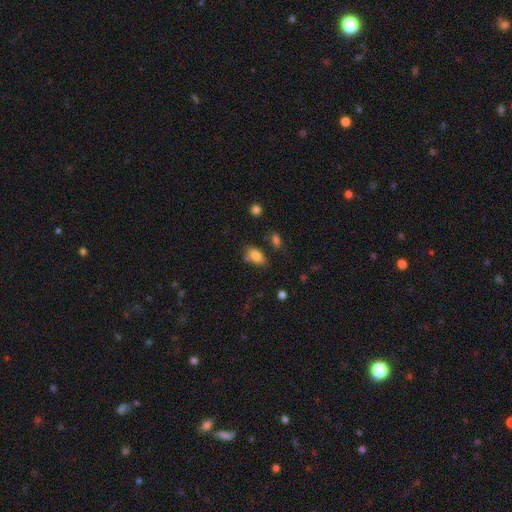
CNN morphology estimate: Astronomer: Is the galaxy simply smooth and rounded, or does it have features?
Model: smooth — 82%.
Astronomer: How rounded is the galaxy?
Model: in between — 90%.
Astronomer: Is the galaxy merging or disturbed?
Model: none — 69%.